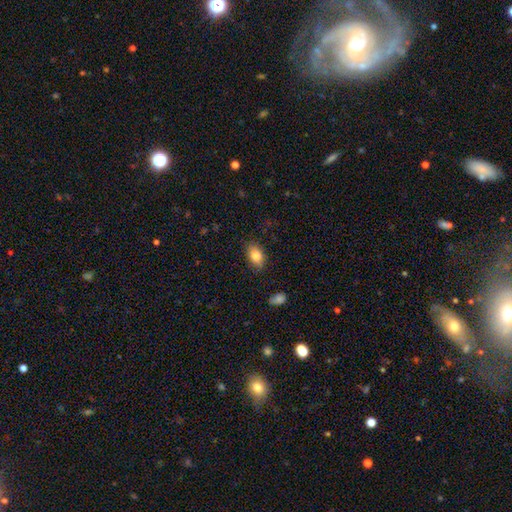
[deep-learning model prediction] Overall: smooth (82%). How rounded: in between (86%). Merging: none (77%).